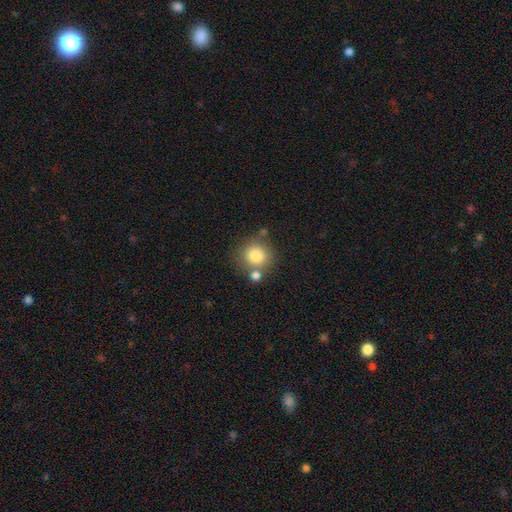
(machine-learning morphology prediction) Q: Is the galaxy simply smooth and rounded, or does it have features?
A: smooth — 82%.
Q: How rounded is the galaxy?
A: round — 87%.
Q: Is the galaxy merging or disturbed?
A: none — 64%.